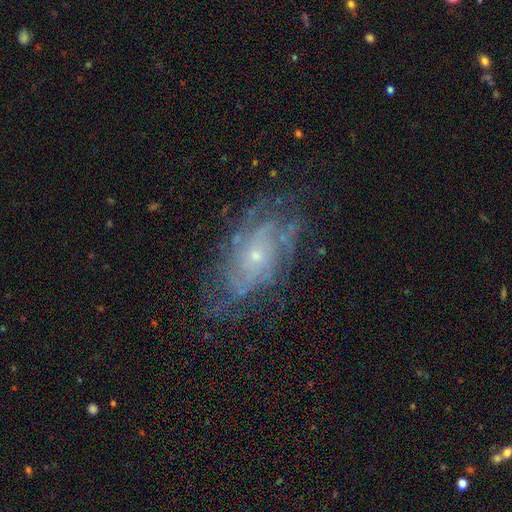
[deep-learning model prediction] smooth_or_featured: featured or disk (p=0.78) [alt: smooth p=0.13]
disk_edge_on: no (p=0.94) [alt: yes p=0.06]
bar: no (p=0.80) [alt: weak p=0.17]
has_spiral_arms: yes (p=0.88) [alt: no p=0.12]
spiral_winding: tight (p=0.58) [alt: medium p=0.31]
spiral_arm_count: can't tell (p=0.48) [alt: 2 p=0.14]
bulge_size: small (p=0.78) [alt: moderate p=0.17]
merging: none (p=0.71) [alt: minor disturbance p=0.18]